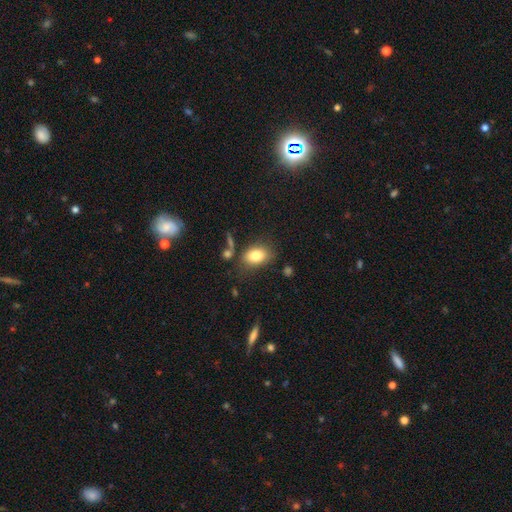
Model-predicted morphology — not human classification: smooth 81%, featured or disk 10%, star or artifact 9%. Down the decision tree: how rounded — in between (83%); merging — none (70%).